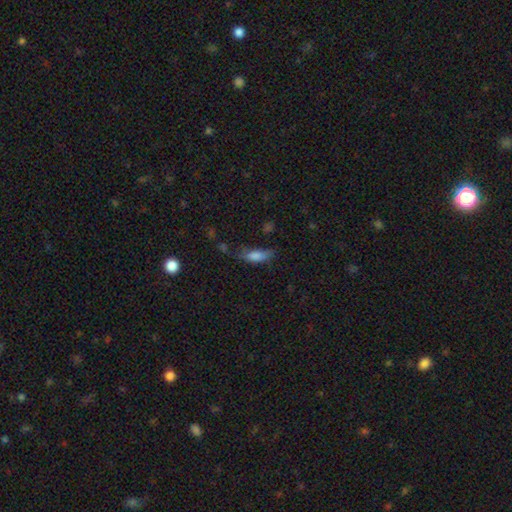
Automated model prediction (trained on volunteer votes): Smooth or featured: smooth — 77% (featured or disk — 13%)
How rounded: in between — 67% (cigar-shaped — 31%)
Merging: none — 48% (minor disturbance — 32%)